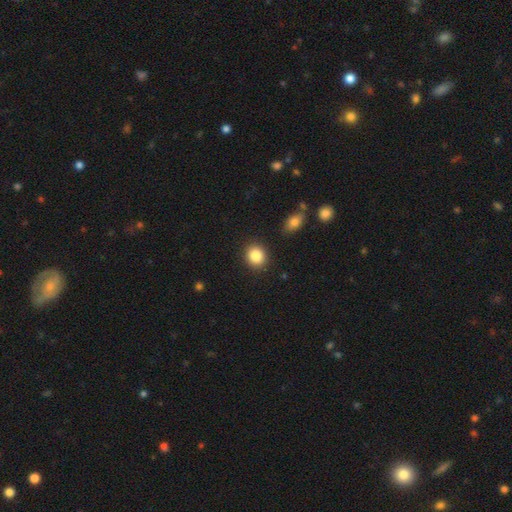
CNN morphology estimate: Overall: smooth (87%). How rounded: round (77%). Merging: none (89%).